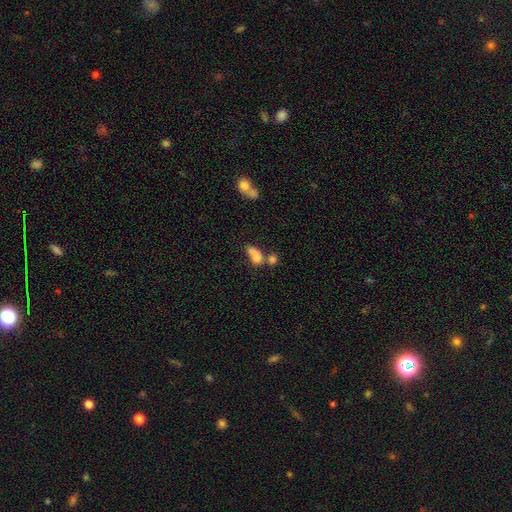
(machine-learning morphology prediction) Smooth or featured? smooth (75%)
How rounded? in between (76%)
Merging? merger (50%)